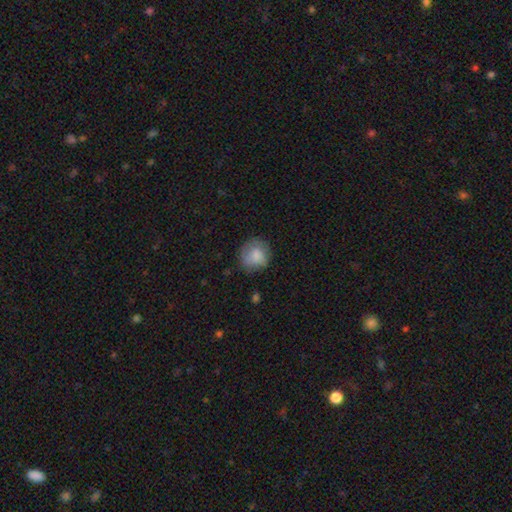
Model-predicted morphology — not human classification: Smooth or featured?
  - smooth: 78% *
  - featured or disk: 14%
  - star or artifact: 8%
How rounded?
  - round: 85% *
  - in between: 14%
  - cigar-shaped: 1%
Merging?
  - none: 71% *
  - minor disturbance: 21%
  - major disturbance: 7%
  - merger: 2%